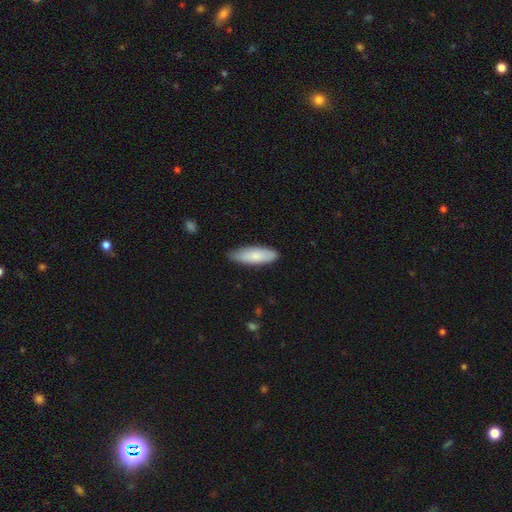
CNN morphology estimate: type=smooth (80%); roundness=in between (50%); merging=none (81%).